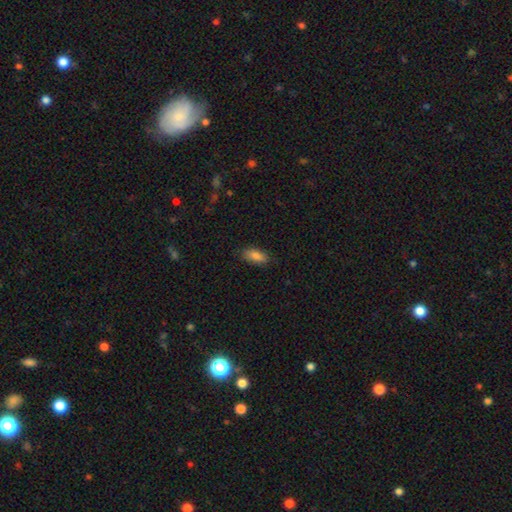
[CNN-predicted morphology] Q: Smooth or featured?
A: smooth (86%); runner-up: star or artifact (7%)
Q: How rounded?
A: in between (87%); runner-up: cigar-shaped (10%)
Q: Merging?
A: none (84%); runner-up: minor disturbance (13%)